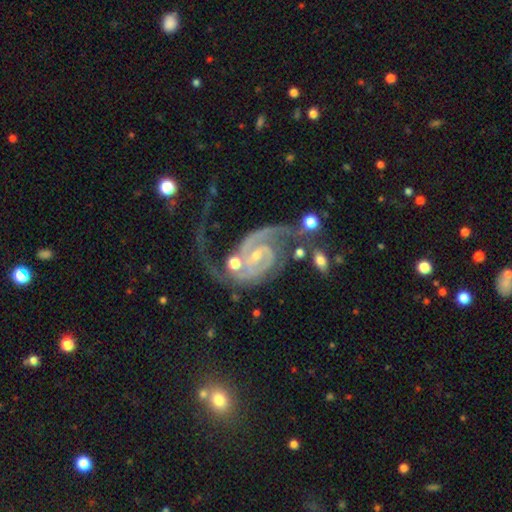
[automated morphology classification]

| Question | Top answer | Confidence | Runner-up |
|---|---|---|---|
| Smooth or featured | featured or disk | 93% | star or artifact (4%) |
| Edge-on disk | no | 98% | yes (2%) |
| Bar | weak | 43% | no (39%) |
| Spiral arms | yes | 98% | no (2%) |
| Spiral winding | medium | 51% | tight (29%) |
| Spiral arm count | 2 | 87% | 3 (4%) |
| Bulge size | small | 69% | moderate (25%) |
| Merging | none | 41% | major disturbance (27%) |